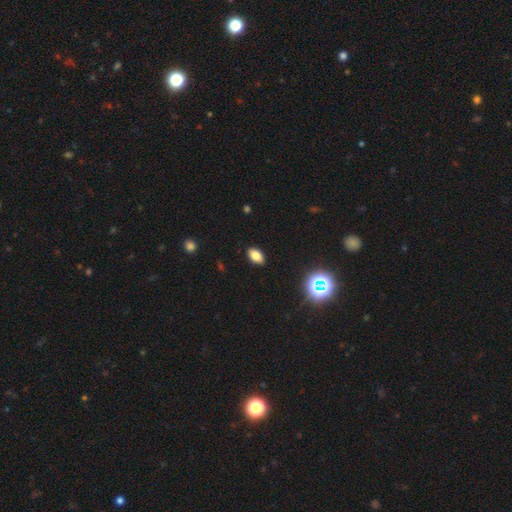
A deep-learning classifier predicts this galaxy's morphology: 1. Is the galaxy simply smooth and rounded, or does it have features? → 78% smooth, 13% star or artifact, 8% featured or disk.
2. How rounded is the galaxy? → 90% in between, 8% round, 2% cigar-shaped.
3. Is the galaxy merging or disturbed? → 89% none, 8% minor disturbance, 2% major disturbance, 1% merger.